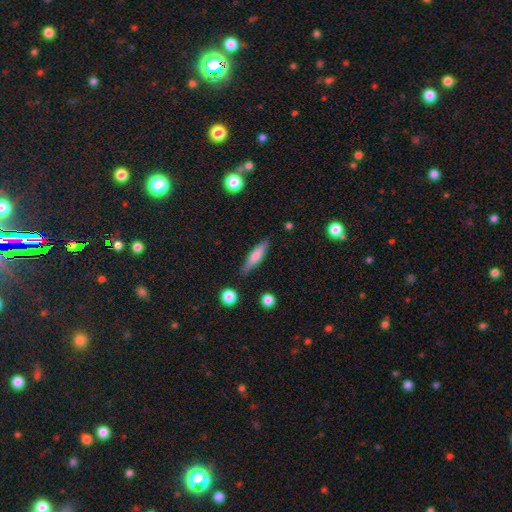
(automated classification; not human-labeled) Morphology: type=smooth (67%); roundness=cigar-shaped (76%); merging=none (84%).